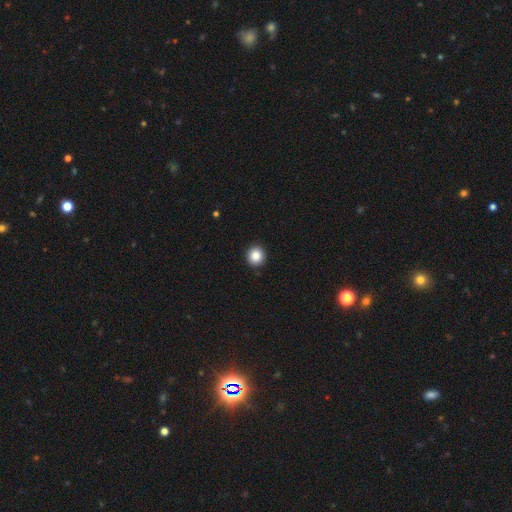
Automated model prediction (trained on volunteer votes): Morphology: type=smooth (86%); roundness=round (92%); merging=none (92%).